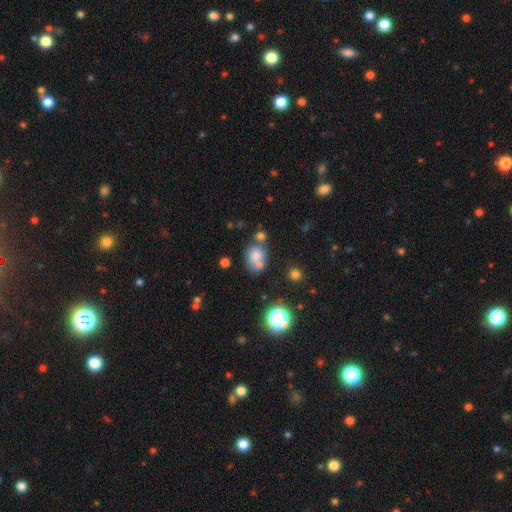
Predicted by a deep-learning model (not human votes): Morphology: type=smooth (72%); roundness=in between (51%); merging=none (44%).